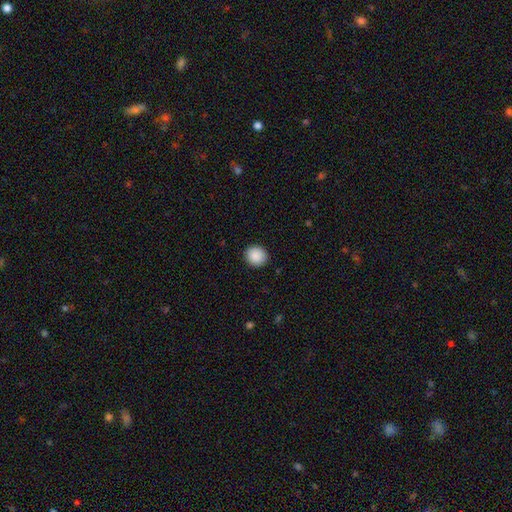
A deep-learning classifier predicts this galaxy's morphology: Smooth or featured?
  - smooth: 90% *
  - star or artifact: 8%
  - featured or disk: 3%
How rounded?
  - round: 87% *
  - in between: 12%
  - cigar-shaped: 1%
Merging?
  - none: 91% *
  - minor disturbance: 6%
  - major disturbance: 2%
  - merger: 1%